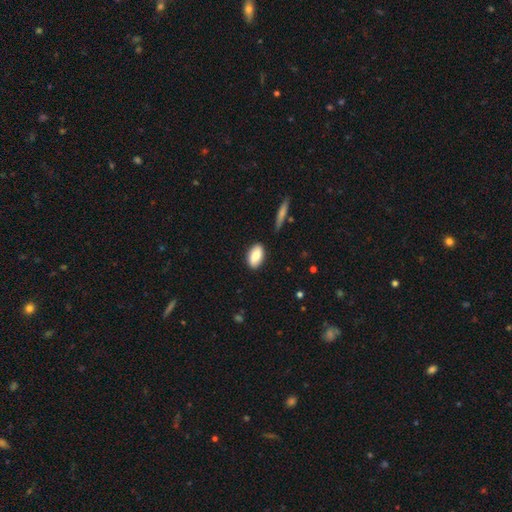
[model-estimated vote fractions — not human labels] Smooth or featured: smooth — 82% (featured or disk — 12%)
How rounded: in between — 92% (round — 4%)
Merging: none — 84% (minor disturbance — 12%)